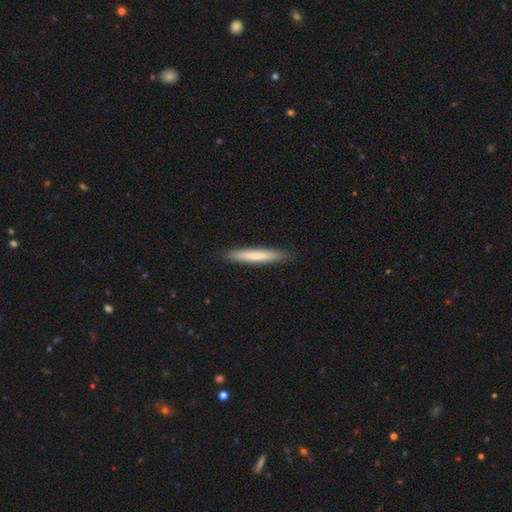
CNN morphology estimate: Overall: smooth (70%). How rounded: cigar-shaped (95%). Merging: none (90%).